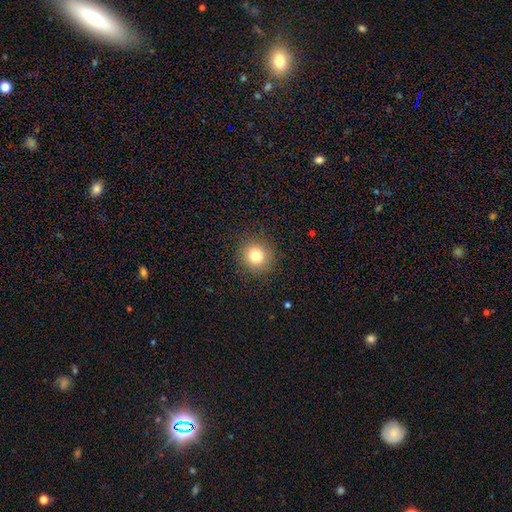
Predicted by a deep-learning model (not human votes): The model was most divided on "smooth or featured": smooth: 80%, star or artifact: 12%, featured or disk: 8%. More confident: how rounded — round (90%); merging — none (89%).